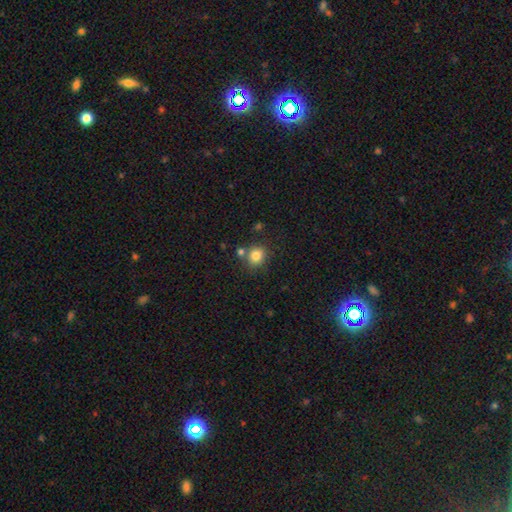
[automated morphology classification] Smooth or featured?
  - smooth: 82% *
  - star or artifact: 11%
  - featured or disk: 7%
How rounded?
  - round: 81% *
  - in between: 19%
  - cigar-shaped: 1%
Merging?
  - none: 71% *
  - merger: 14%
  - minor disturbance: 11%
  - major disturbance: 3%